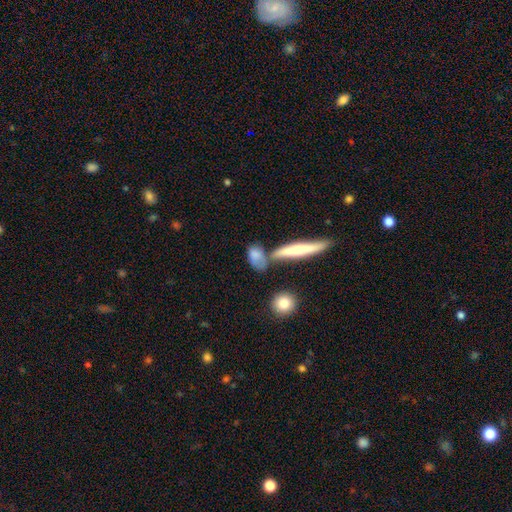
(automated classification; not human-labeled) smooth 73%, featured or disk 20%, star or artifact 7%. Down the decision tree: how rounded — in between (66%); merging — none (43%).